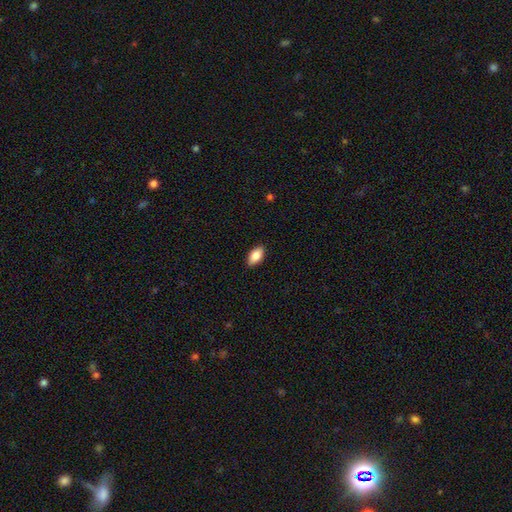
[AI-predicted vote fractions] Smooth or featured? Predicted: smooth (p=0.86). How rounded? Predicted: in between (p=0.93). Merging? Predicted: none (p=0.89).